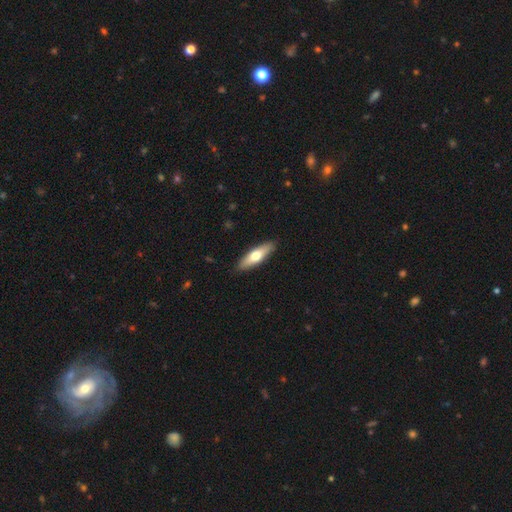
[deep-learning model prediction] The model was most divided on "smooth or featured": smooth: 58%, featured or disk: 37%, star or artifact: 5%. More confident: merging — none (90%); how rounded — cigar-shaped (60%).